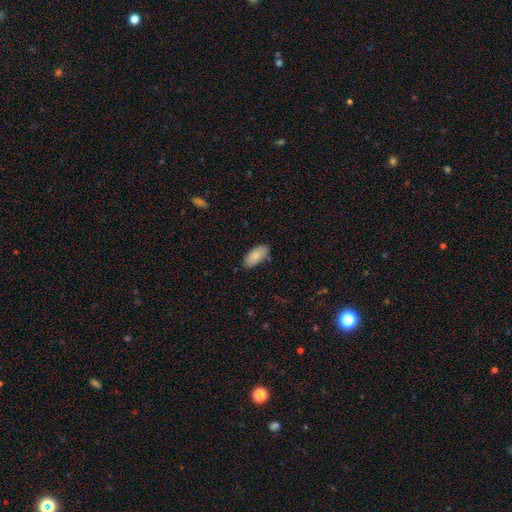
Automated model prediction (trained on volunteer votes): Smooth or featured? smooth (87%)
How rounded? in between (89%)
Merging? none (82%)